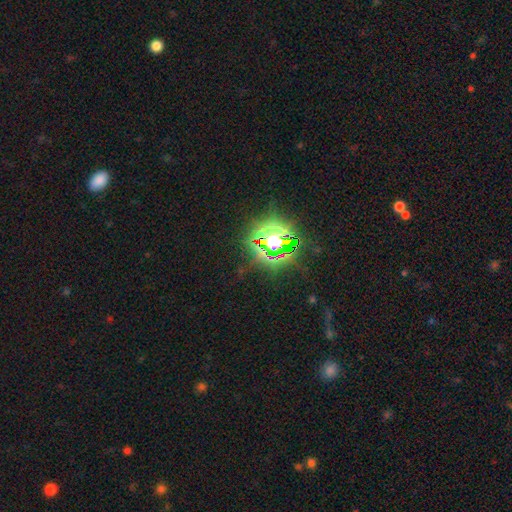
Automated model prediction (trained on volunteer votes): Smooth or featured? star or artifact (81%)